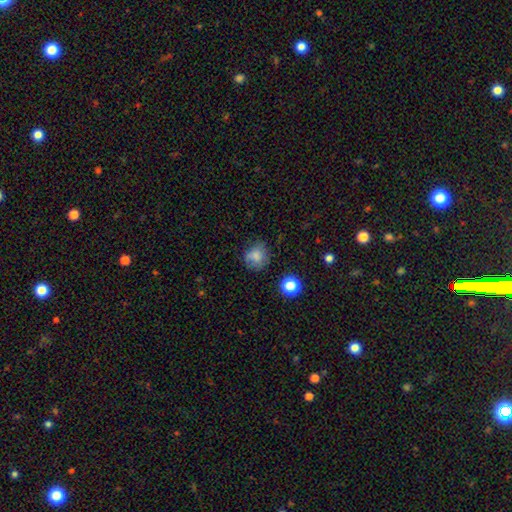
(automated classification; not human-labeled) A smooth galaxy with no disk features (77%) that is round (78%). Merging: none (64%).